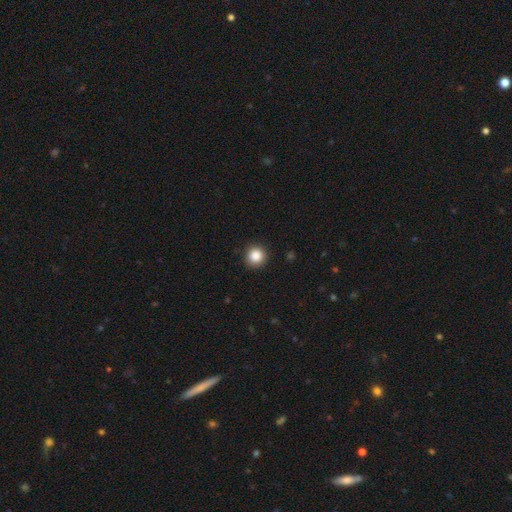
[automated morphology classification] smooth_or_featured: smooth (p=0.87) [alt: star or artifact p=0.10]
how_rounded: round (p=0.94) [alt: in between p=0.05]
merging: none (p=0.91) [alt: minor disturbance p=0.06]